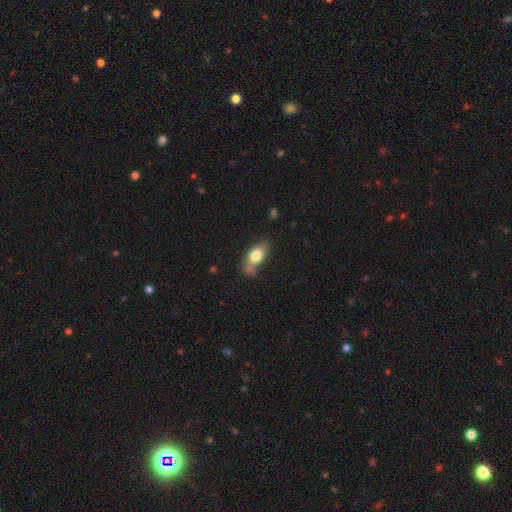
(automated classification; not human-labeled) This appears to be a smooth galaxy with no disk features (75%) that is in between round and cigar-shaped (83%). Merging: none (47%).